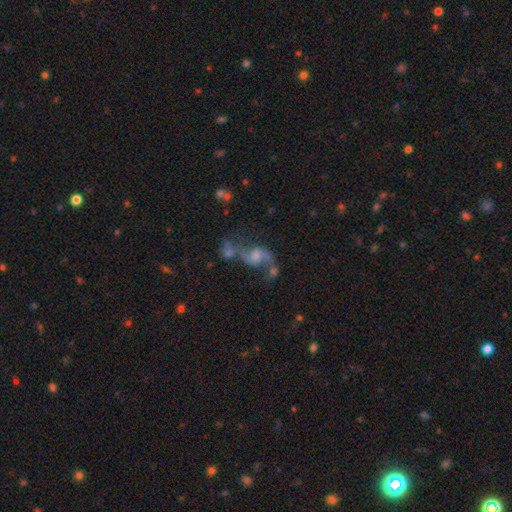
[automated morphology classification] Smooth or featured: featured or disk — 73% (star or artifact — 14%)
Edge-on disk: no — 95% (yes — 5%)
Bar: no — 52% (weak — 37%)
Spiral arms: yes — 86% (no — 14%)
Spiral winding: loose — 79% (medium — 17%)
Spiral arm count: 2 — 85% (1 — 8%)
Bulge size: moderate — 39% (small — 33%)
Merging: none — 39% (merger — 32%)